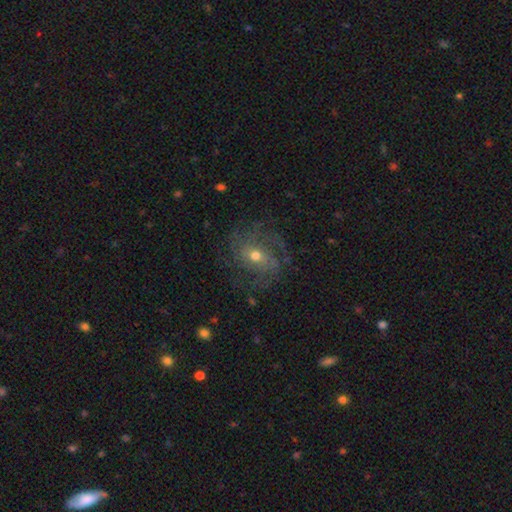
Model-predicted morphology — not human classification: Q: Smooth or featured?
A: featured or disk (74%); runner-up: smooth (16%)
Q: Edge-on disk?
A: no (97%); runner-up: yes (3%)
Q: Bar?
A: no (68%); runner-up: weak (26%)
Q: Spiral arms?
A: yes (86%); runner-up: no (14%)
Q: Spiral winding?
A: medium (40%); runner-up: tight (39%)
Q: Spiral arm count?
A: can't tell (36%); runner-up: 2 (20%)
Q: Bulge size?
A: moderate (59%); runner-up: small (35%)
Q: Merging?
A: none (66%); runner-up: minor disturbance (18%)